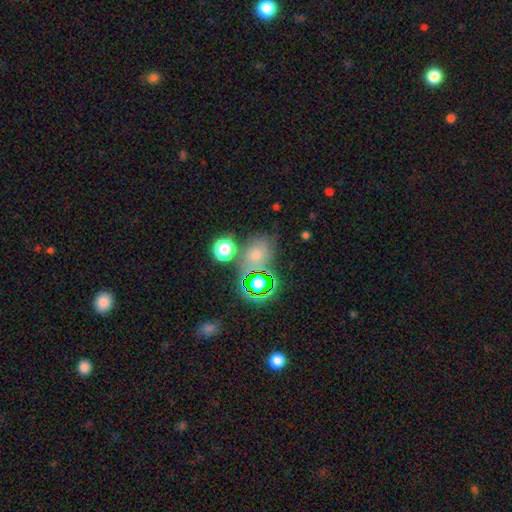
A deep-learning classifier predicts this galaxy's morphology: smooth_or_featured: smooth (p=0.58) [alt: star or artifact p=0.30]
how_rounded: in between (p=0.58) [alt: round p=0.41]
merging: none (p=0.63) [alt: minor disturbance p=0.16]